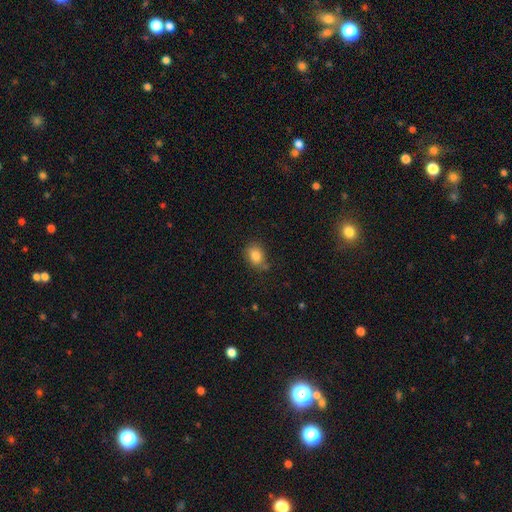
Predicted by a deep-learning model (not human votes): Q: Smooth or featured?
A: smooth (82%); runner-up: star or artifact (10%)
Q: How rounded?
A: in between (58%); runner-up: round (41%)
Q: Merging?
A: none (73%); runner-up: minor disturbance (19%)